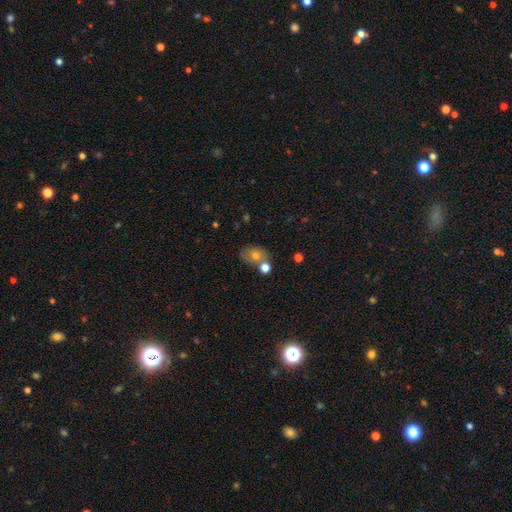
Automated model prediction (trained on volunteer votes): Smooth or featured? Predicted: smooth (p=0.64). How rounded? Predicted: in between (p=0.68). Merging? Predicted: none (p=0.54).